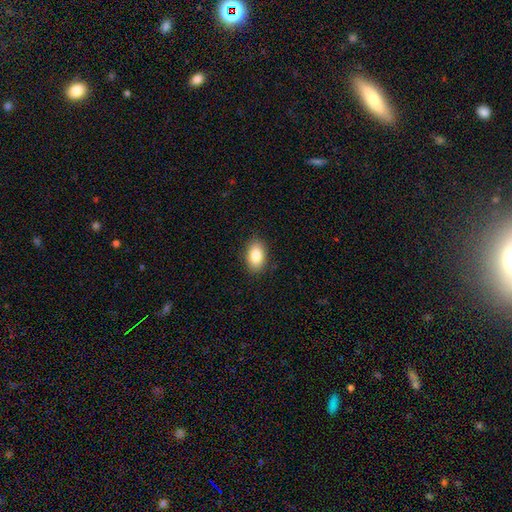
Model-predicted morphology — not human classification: smooth_or_featured: smooth (p=0.85) [alt: star or artifact p=0.07]
how_rounded: in between (p=0.90) [alt: round p=0.09]
merging: none (p=0.88) [alt: minor disturbance p=0.09]